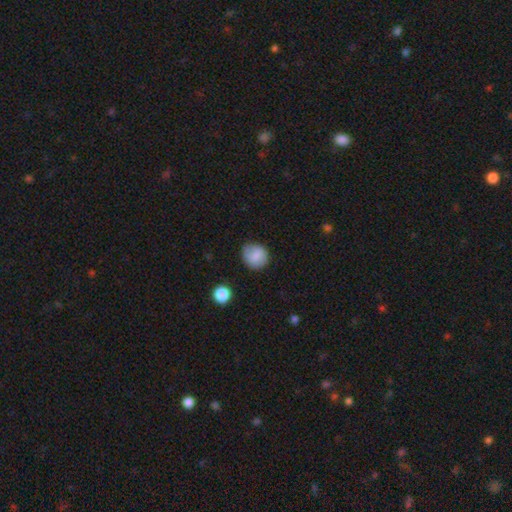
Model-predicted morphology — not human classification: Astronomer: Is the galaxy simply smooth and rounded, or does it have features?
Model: smooth — 81%.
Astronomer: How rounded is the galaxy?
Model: round — 82%.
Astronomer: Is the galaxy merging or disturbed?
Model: none — 75%.